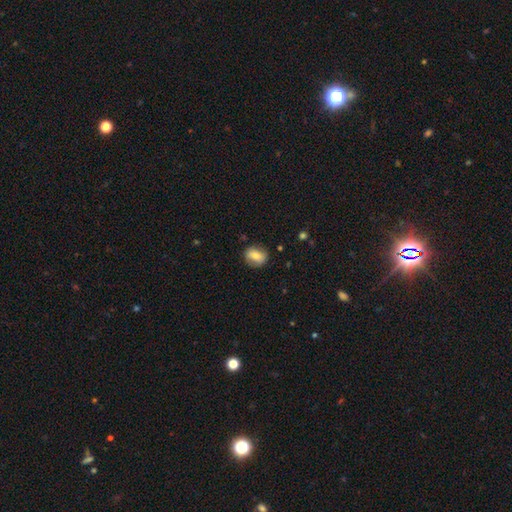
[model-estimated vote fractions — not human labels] A smooth galaxy with no disk features (75%) that is in between round and cigar-shaped (54%). Merging: none (81%).